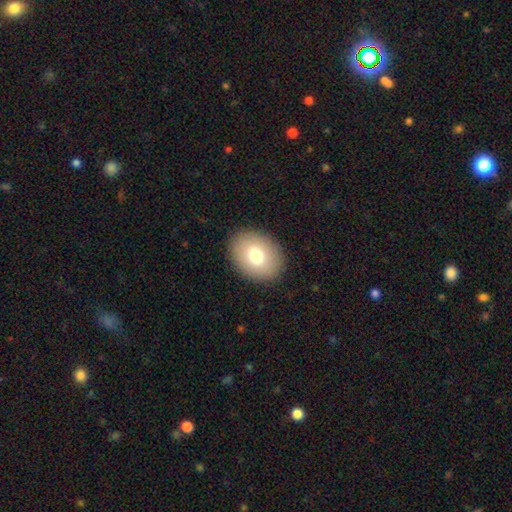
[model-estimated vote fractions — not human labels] A smooth galaxy with no disk features (76%) that is in between round and cigar-shaped (61%). Merging: none (90%).